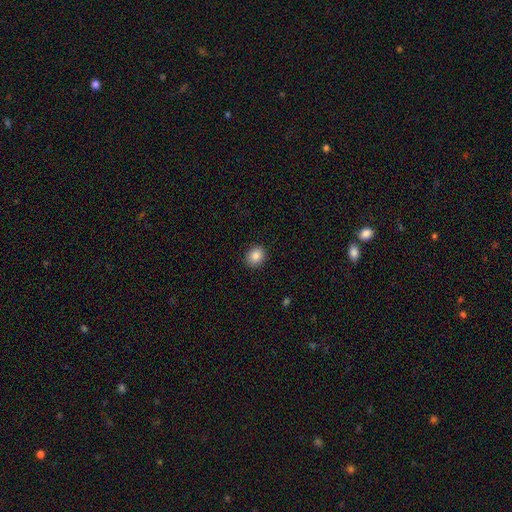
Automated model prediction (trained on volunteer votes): Smooth or featured?
  - smooth: 85% *
  - star or artifact: 10%
  - featured or disk: 6%
How rounded?
  - round: 72% *
  - in between: 27%
  - cigar-shaped: 1%
Merging?
  - none: 91% *
  - minor disturbance: 7%
  - major disturbance: 2%
  - merger: 1%